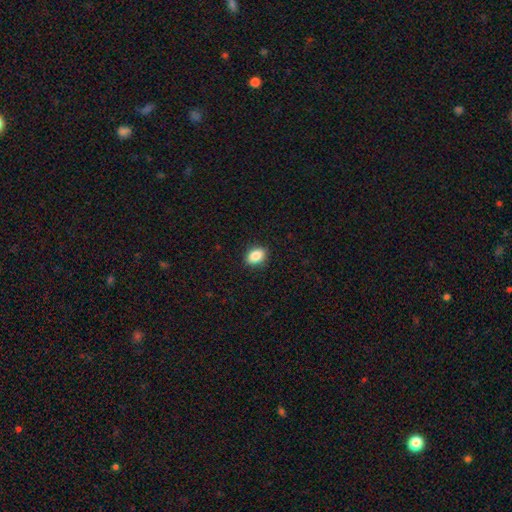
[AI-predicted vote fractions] This appears to be a smooth galaxy with no disk features (87%) that is in between round and cigar-shaped (79%). Merging: none (89%).